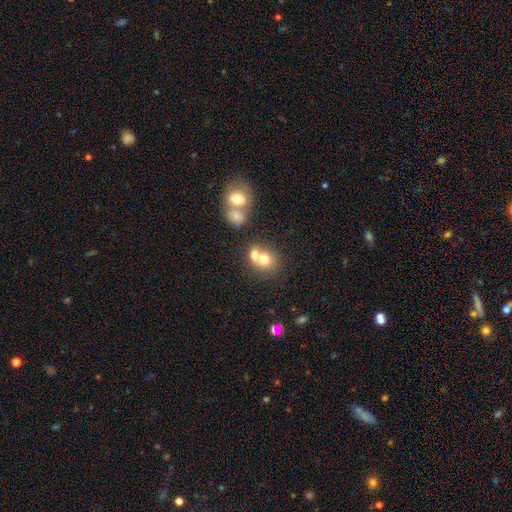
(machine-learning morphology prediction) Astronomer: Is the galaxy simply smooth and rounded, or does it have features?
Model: smooth — 69%.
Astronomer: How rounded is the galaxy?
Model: round — 72%.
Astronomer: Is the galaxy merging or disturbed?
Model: merger — 54% (runner-up: none, 35%).